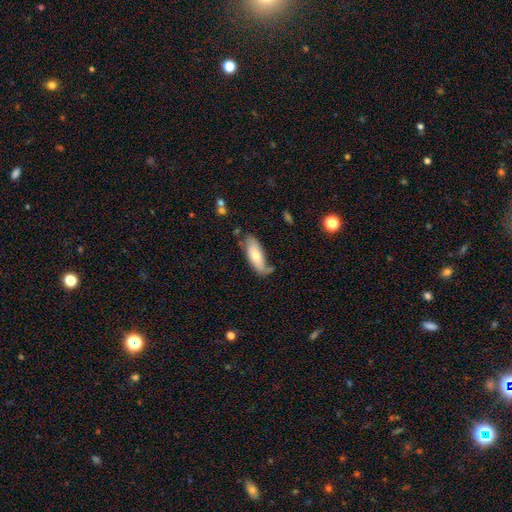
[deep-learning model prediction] Smooth or featured?
  - smooth: 66% *
  - featured or disk: 28%
  - star or artifact: 6%
How rounded?
  - in between: 71% *
  - cigar-shaped: 27%
  - round: 2%
Merging?
  - none: 58% *
  - minor disturbance: 27%
  - major disturbance: 8%
  - merger: 7%